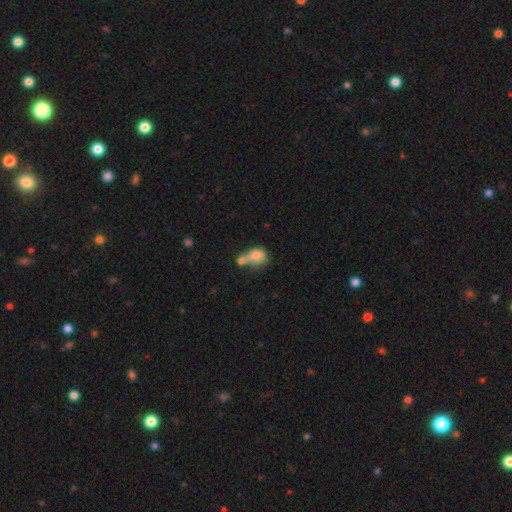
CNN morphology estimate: Smooth or featured? Predicted: smooth (p=0.71). How rounded? Predicted: in between (p=0.64). Merging? Predicted: merger (p=0.56).